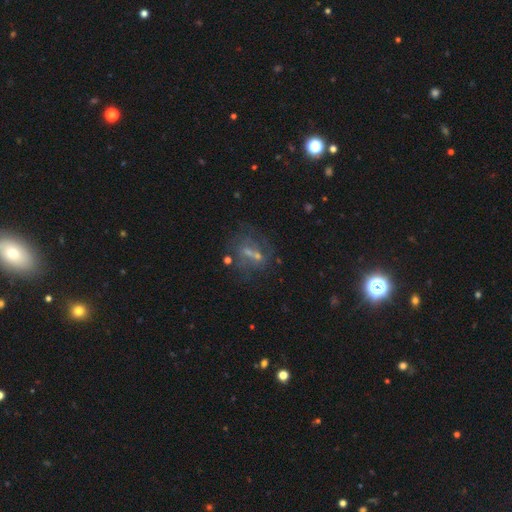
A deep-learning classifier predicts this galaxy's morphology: This appears to be a featured or disk galaxy (42%). Merging: none (59%).